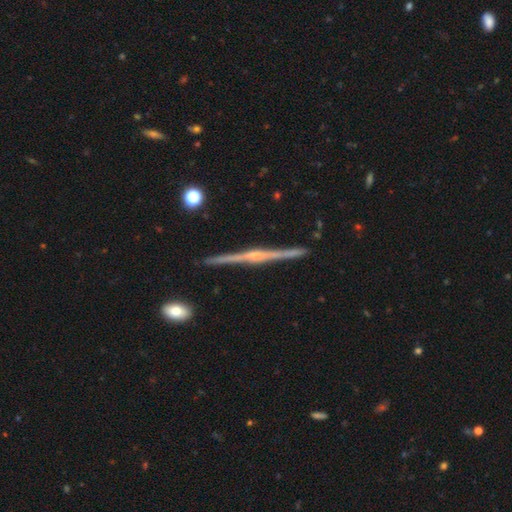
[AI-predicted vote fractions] smooth_or_featured: featured or disk (p=0.86) [alt: smooth p=0.08]
disk_edge_on: yes (p=0.99) [alt: no p=0.01]
edge_on_bulge: rounded (p=0.69) [alt: boxy p=0.16]
merging: none (p=0.91) [alt: minor disturbance p=0.06]